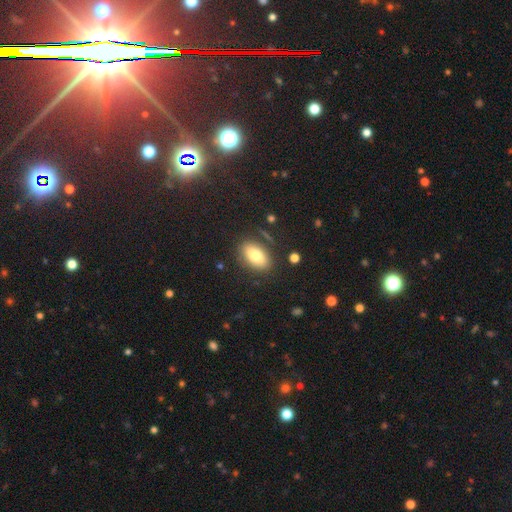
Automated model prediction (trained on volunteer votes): smooth-or-featured: smooth: 79% | featured or disk: 13% | star or artifact: 9%
  how-rounded: in between: 88% | round: 8% | cigar-shaped: 3%
  merging: none: 82% | minor disturbance: 11% | major disturbance: 4% | merger: 3%